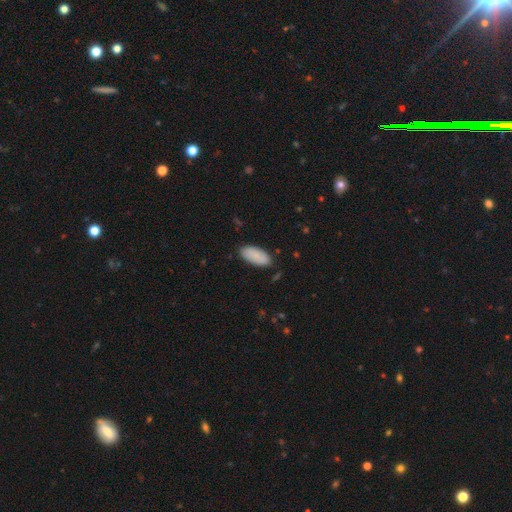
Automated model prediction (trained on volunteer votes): smooth-or-featured: smooth: 89% | star or artifact: 6% | featured or disk: 5%
  how-rounded: in between: 91% | cigar-shaped: 7% | round: 2%
  merging: none: 85% | minor disturbance: 12% | major disturbance: 2% | merger: 1%